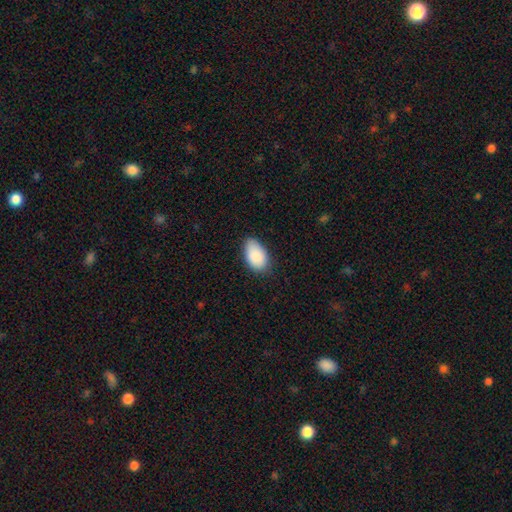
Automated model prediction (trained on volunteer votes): Smooth or featured? Predicted: smooth (p=0.89). How rounded? Predicted: in between (p=0.94). Merging? Predicted: none (p=0.76).